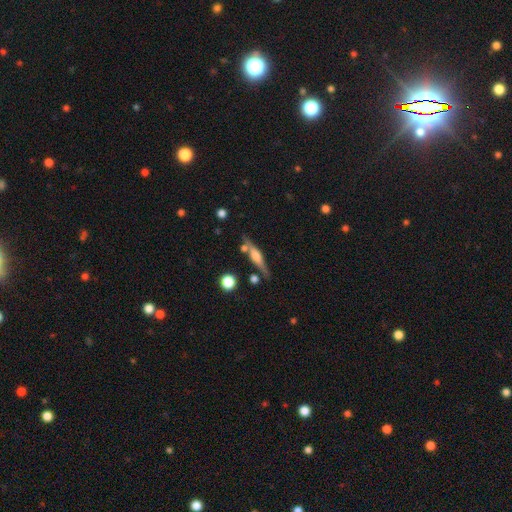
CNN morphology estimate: Smooth or featured? Predicted: featured or disk (p=0.65). Edge-on disk? Predicted: yes (p=0.95). Edge-on bulge? Predicted: rounded (p=0.76). Merging? Predicted: none (p=0.74).